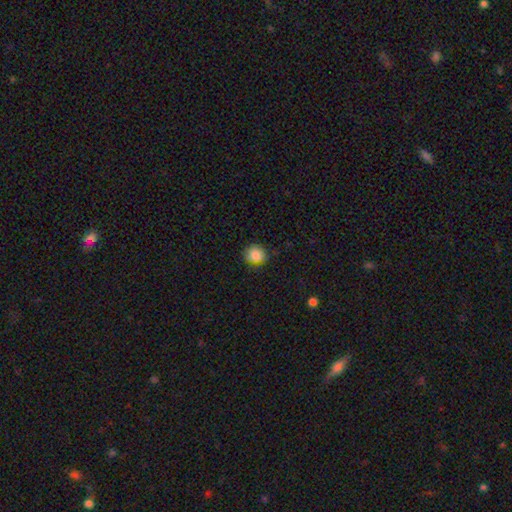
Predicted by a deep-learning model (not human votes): This is clearly a smooth galaxy (86%). How rounded: clearly round (83%). Merging: likely none (78%).